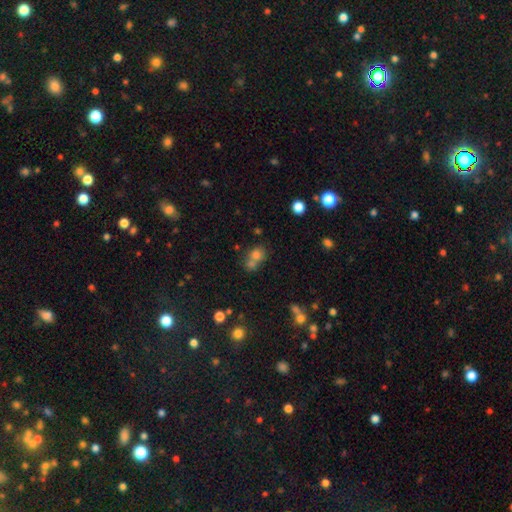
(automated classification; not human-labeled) A smooth galaxy with no disk features (63%) that is round (73%).

Vote fractions:
- Smooth or featured? smooth: 63% / star or artifact: 24% / featured or disk: 12%
- How rounded? round: 73% / in between: 26% / cigar-shaped: 1%
- Merging? merger: 46% / none: 43% / minor disturbance: 8% / major disturbance: 4%